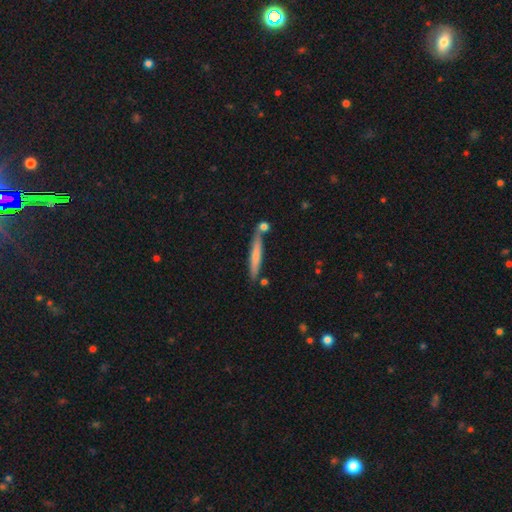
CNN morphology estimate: Smooth or featured? smooth (63%)
How rounded? cigar-shaped (94%)
Merging? none (74%)